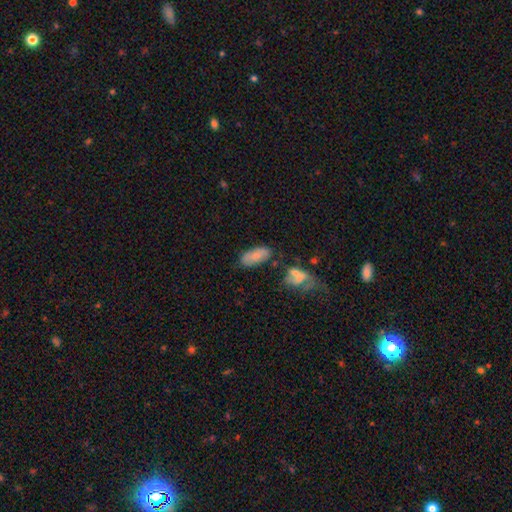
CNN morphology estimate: The model was most divided on "merging": none: 67%, minor disturbance: 19%, merger: 8%, major disturbance: 6%. More confident: how rounded — in between (92%); smooth or featured — smooth (74%).